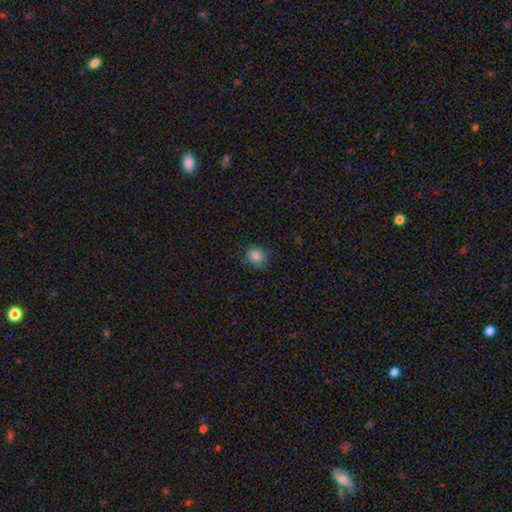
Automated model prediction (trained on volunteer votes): A smooth galaxy with no disk features (85%) that is round (75%).

Vote fractions:
- Smooth or featured? smooth: 85% / star or artifact: 11% / featured or disk: 4%
- How rounded? round: 75% / in between: 24% / cigar-shaped: 1%
- Merging? none: 79% / minor disturbance: 16% / major disturbance: 4% / merger: 1%